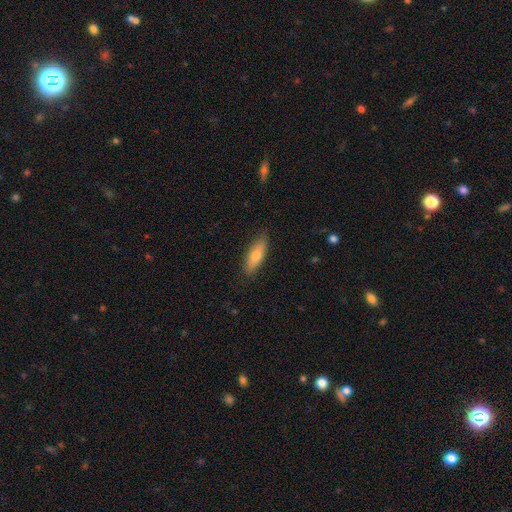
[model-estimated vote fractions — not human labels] Smooth or featured: smooth — 73% (featured or disk — 21%)
How rounded: cigar-shaped — 52% (in between — 46%)
Merging: none — 85% (minor disturbance — 12%)